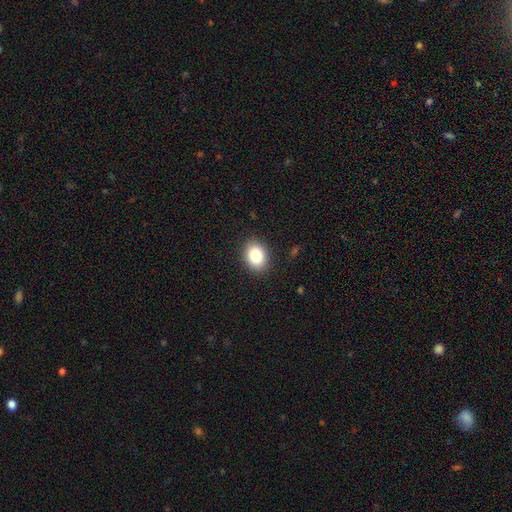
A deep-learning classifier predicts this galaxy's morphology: This is clearly a smooth galaxy (84%). How rounded: likely in between (65%). Merging: clearly none (88%).